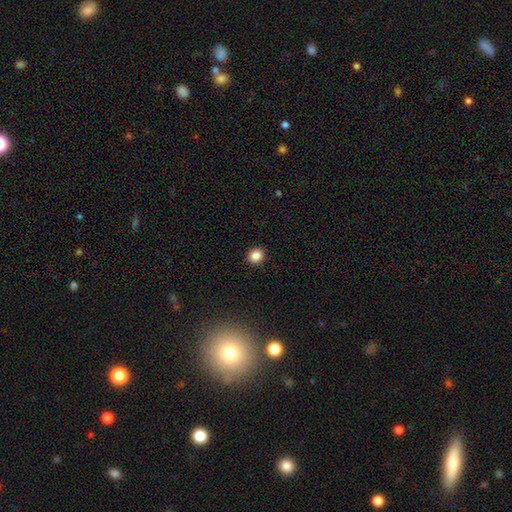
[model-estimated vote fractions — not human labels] A smooth galaxy with no disk features (85%) that is round (86%). Merging: none (92%).